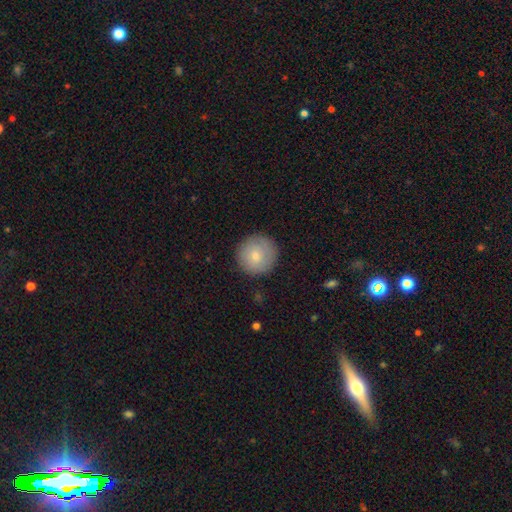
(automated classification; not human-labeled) A smooth galaxy with no disk features (75%) that is round (95%). Merging: none (88%).